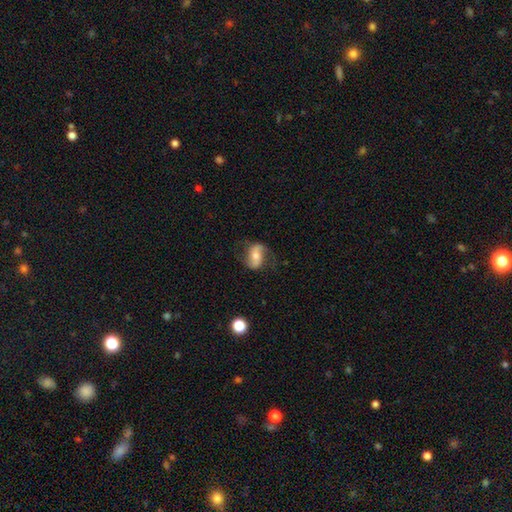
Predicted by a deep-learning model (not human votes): The model was most divided on "bar": no: 38%, weak: 34%, strong: 28%. More confident: edge-on disk — no (95%); spiral arms — yes (88%); spiral arm count — 2 (86%); merging — none (68%); smooth or featured — featured or disk (62%); bulge size — moderate (60%); spiral winding — loose (55%).